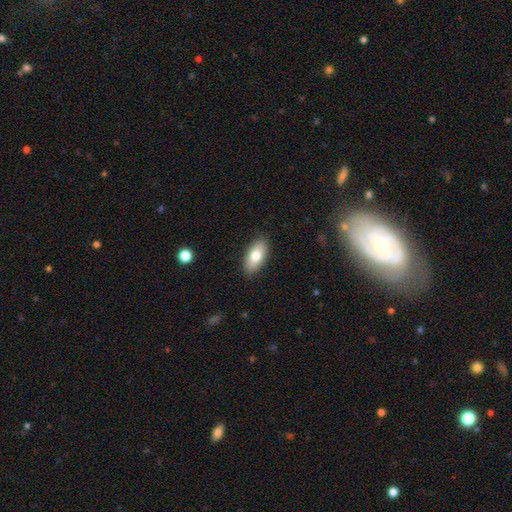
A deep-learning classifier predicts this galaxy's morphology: smooth-or-featured: smooth: 77% | featured or disk: 16% | star or artifact: 7%
  how-rounded: in between: 88% | cigar-shaped: 9% | round: 3%
  merging: none: 88% | minor disturbance: 9% | major disturbance: 2% | merger: 1%